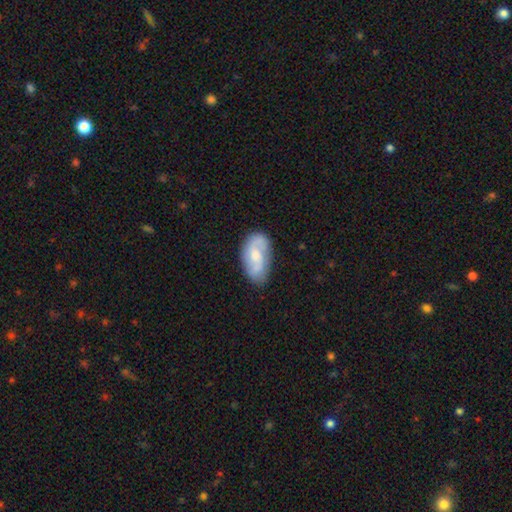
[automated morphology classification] The model was most divided on "bar": no: 54%, weak: 39%, strong: 7%. Remaining: edge-on disk — no (96%); spiral arms — yes (86%); merging — none (69%); smooth or featured — featured or disk (58%); bulge size — moderate (48%).